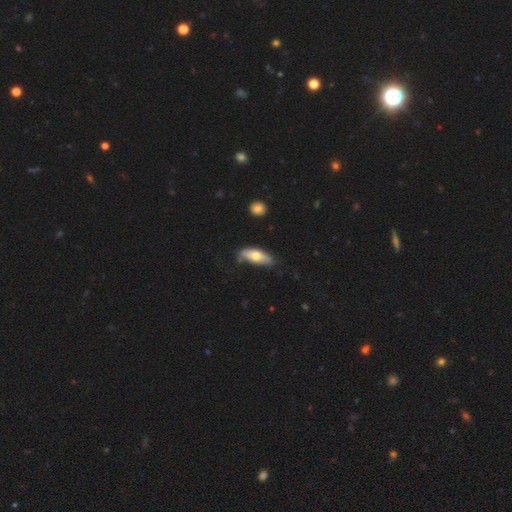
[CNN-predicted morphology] This is likely a smooth galaxy (69%). How rounded: likely in between (75%). Merging: likely none (64%).